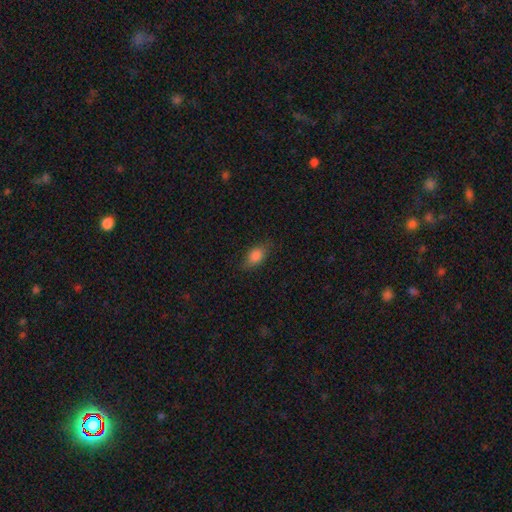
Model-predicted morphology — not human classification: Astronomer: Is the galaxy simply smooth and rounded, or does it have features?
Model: smooth — 83%.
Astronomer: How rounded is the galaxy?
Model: in between — 84%.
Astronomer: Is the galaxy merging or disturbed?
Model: none — 75%.